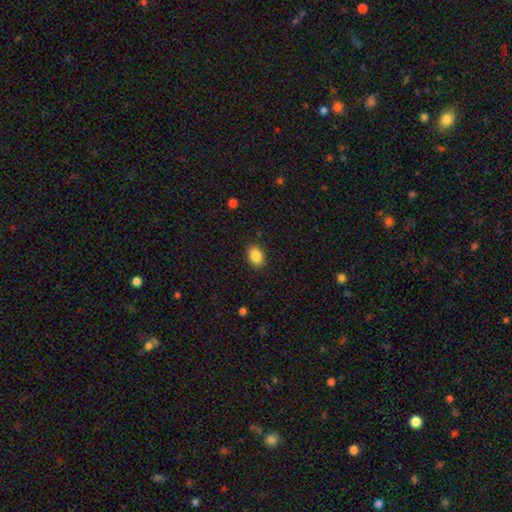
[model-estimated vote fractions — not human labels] smooth-or-featured: smooth: 88% | star or artifact: 8% | featured or disk: 4%
  how-rounded: in between: 80% | round: 19% | cigar-shaped: 1%
  merging: none: 88% | minor disturbance: 9% | major disturbance: 2% | merger: 1%